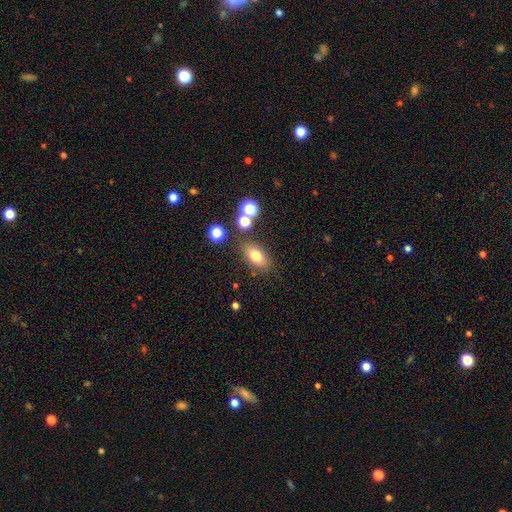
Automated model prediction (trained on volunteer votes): Smooth or featured: smooth — 74% (featured or disk — 14%)
How rounded: in between — 80% (round — 13%)
Merging: none — 78% (minor disturbance — 12%)